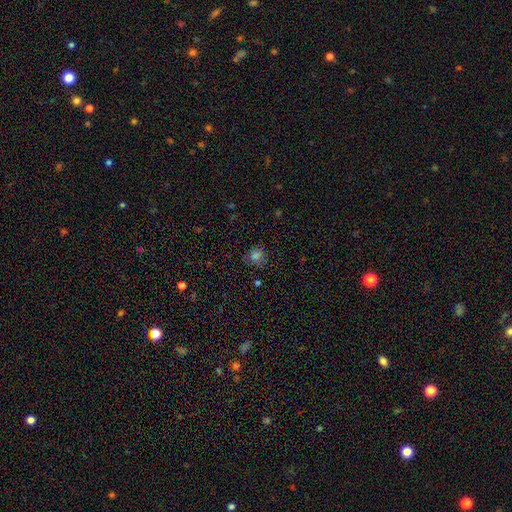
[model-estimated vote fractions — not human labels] Smooth or featured?
  - smooth: 75% *
  - star or artifact: 18%
  - featured or disk: 6%
How rounded?
  - round: 80% *
  - in between: 19%
  - cigar-shaped: 1%
Merging?
  - none: 80% *
  - minor disturbance: 14%
  - major disturbance: 4%
  - merger: 2%